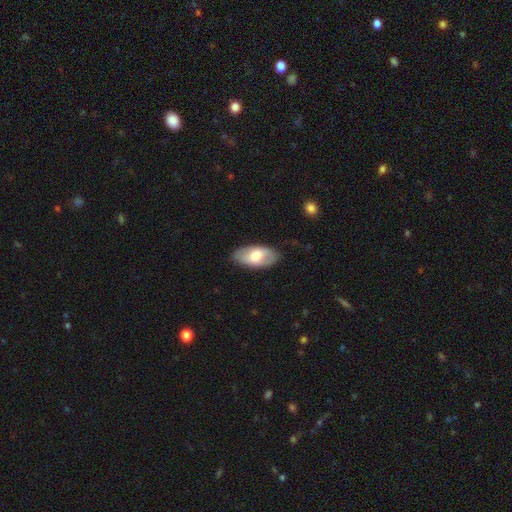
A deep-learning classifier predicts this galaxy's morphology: A smooth galaxy with no disk features (61%) that is in between round and cigar-shaped (94%).

Vote fractions:
- Smooth or featured? smooth: 61% / featured or disk: 34% / star or artifact: 6%
- How rounded? in between: 94% / cigar-shaped: 3% / round: 3%
- Merging? none: 82% / minor disturbance: 13% / major disturbance: 3% / merger: 1%